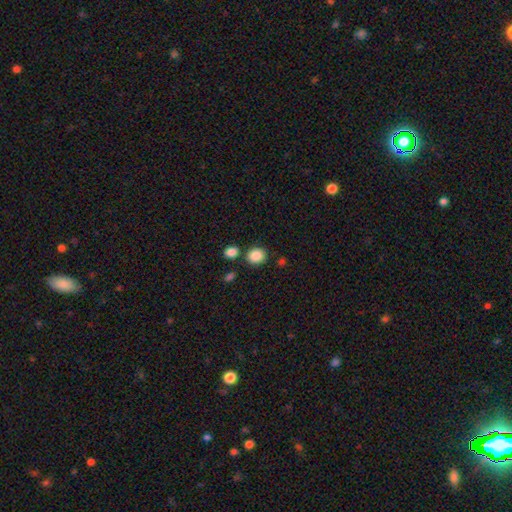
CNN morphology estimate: Smooth or featured? Predicted: smooth (p=0.87). How rounded? Predicted: round (p=0.74). Merging? Predicted: none (p=0.78).